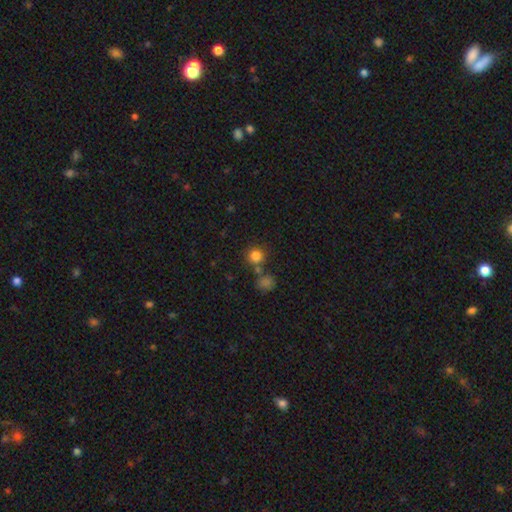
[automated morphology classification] A smooth galaxy with no disk features (82%) that is round (91%). Merging: none (71%).